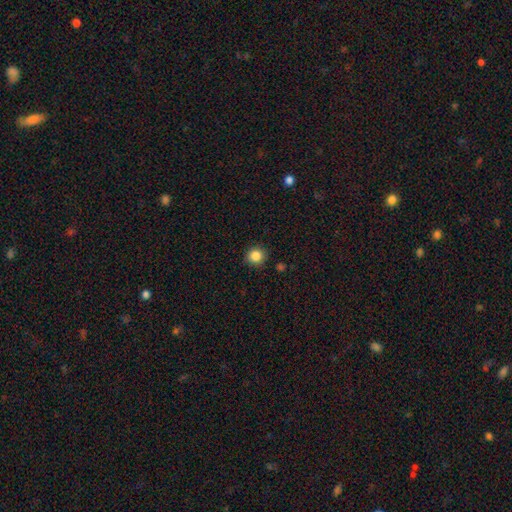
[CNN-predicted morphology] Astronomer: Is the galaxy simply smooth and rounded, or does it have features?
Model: smooth — 85%.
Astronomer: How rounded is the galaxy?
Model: round — 89%.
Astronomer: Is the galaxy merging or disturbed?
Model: none — 89%.